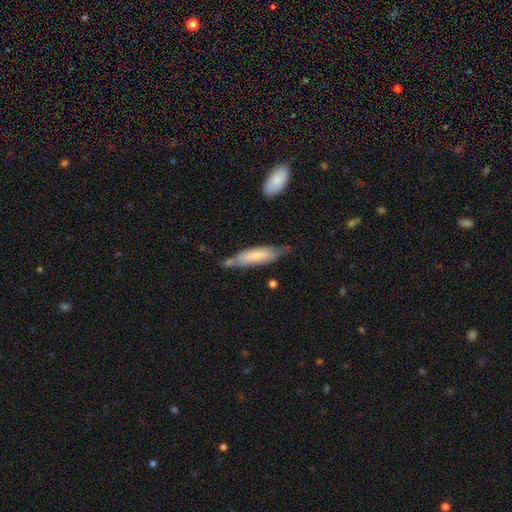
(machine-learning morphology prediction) smooth-or-featured: smooth: 63% | featured or disk: 31% | star or artifact: 6%
  how-rounded: cigar-shaped: 61% | in between: 38% | round: 1%
  merging: none: 54% | minor disturbance: 29% | merger: 9% | major disturbance: 7%